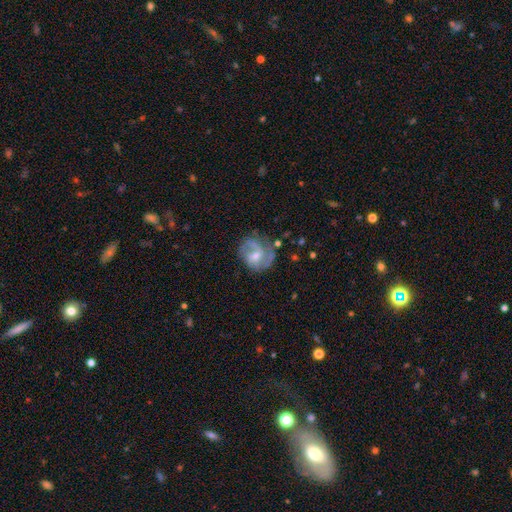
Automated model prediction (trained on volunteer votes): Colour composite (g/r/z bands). It shows a featured or disk galaxy (78%) with a weak bar (45%, tied with no), 2 (65%) medium (49%) spiral arms (92%) and a moderate central bulge (48%). Merging: none (64%).